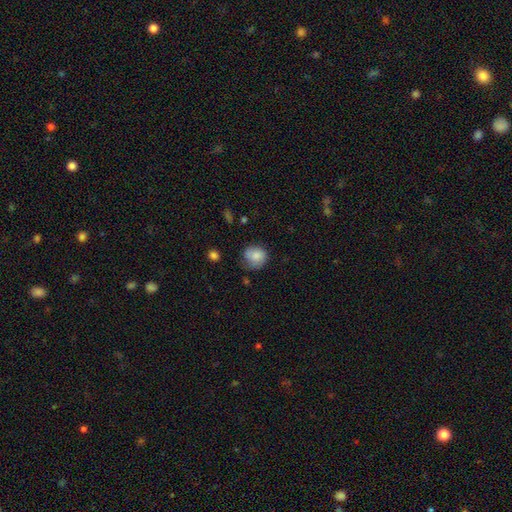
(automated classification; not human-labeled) smooth-or-featured: smooth: 78% | featured or disk: 13% | star or artifact: 8%
  how-rounded: round: 73% | in between: 26% | cigar-shaped: 1%
  merging: none: 55% | minor disturbance: 30% | major disturbance: 12% | merger: 3%